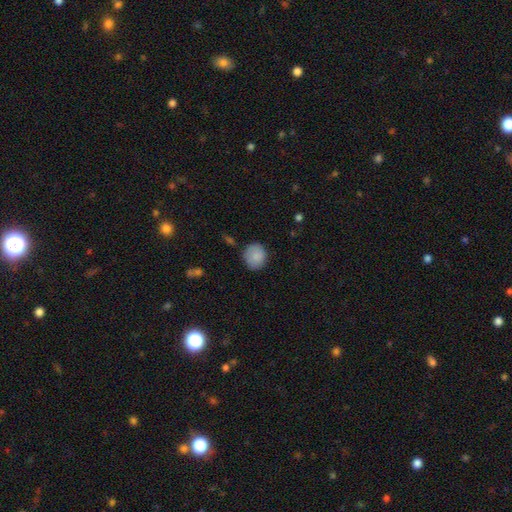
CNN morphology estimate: Smooth or featured? Predicted: smooth (p=0.86). How rounded? Predicted: round (p=0.77). Merging? Predicted: none (p=0.80).